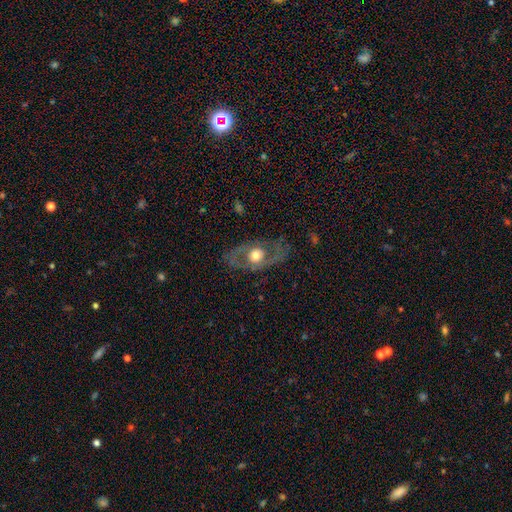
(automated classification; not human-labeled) This appears to be a featured or disk galaxy (69%) with no bar (81%), spiral arms (53%) and a moderate central bulge (60%). Merging: none (74%).